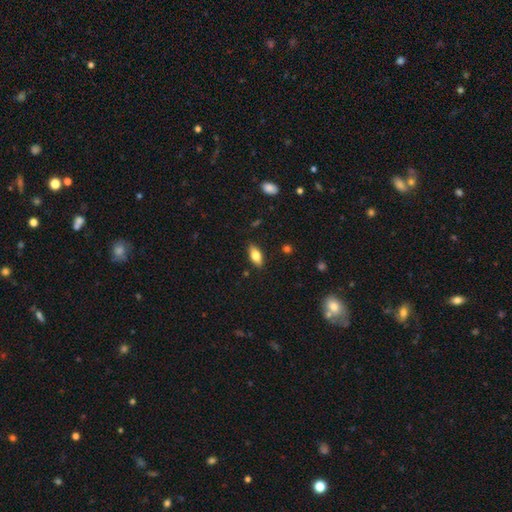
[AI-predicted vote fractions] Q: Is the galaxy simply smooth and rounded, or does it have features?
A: smooth — 75%.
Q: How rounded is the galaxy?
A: in between — 85%.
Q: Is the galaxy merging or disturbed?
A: none — 86%.